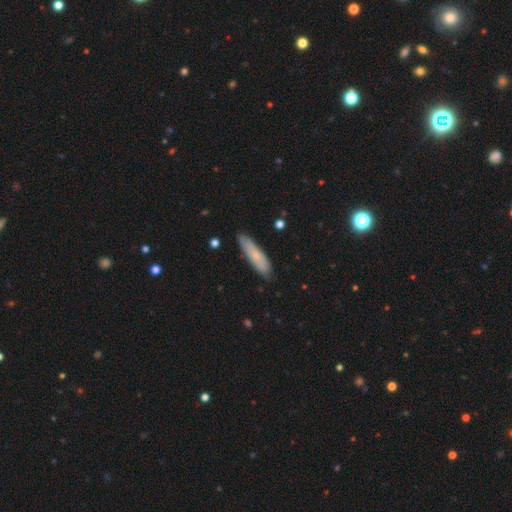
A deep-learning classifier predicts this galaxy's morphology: Overall: smooth (72%). How rounded: cigar-shaped (75%). Merging: none (84%).